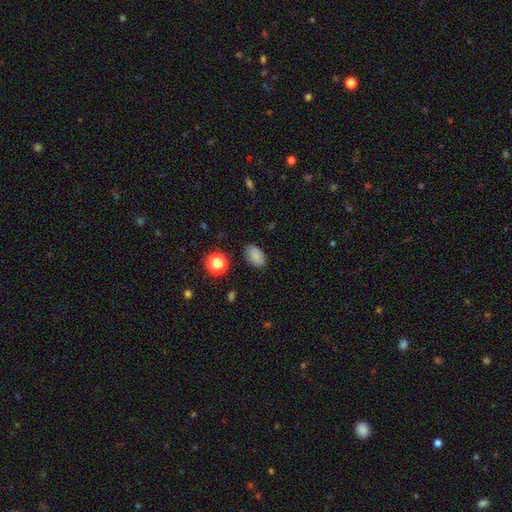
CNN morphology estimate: This is clearly a smooth galaxy (84%). How rounded: clearly in between (88%). Merging: clearly none (84%).